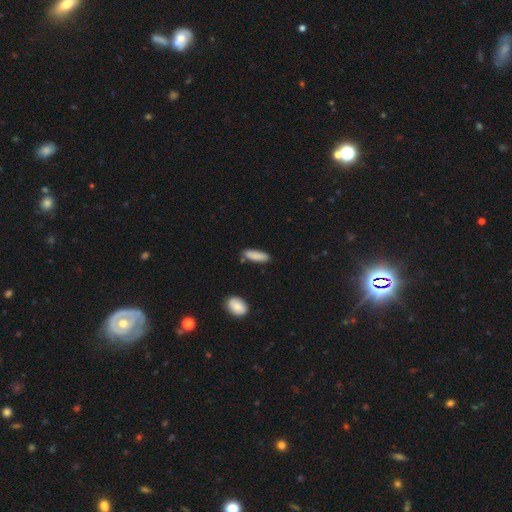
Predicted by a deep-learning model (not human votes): Overall: smooth (87%). How rounded: cigar-shaped (56%; in between 42%). Merging: none (81%).